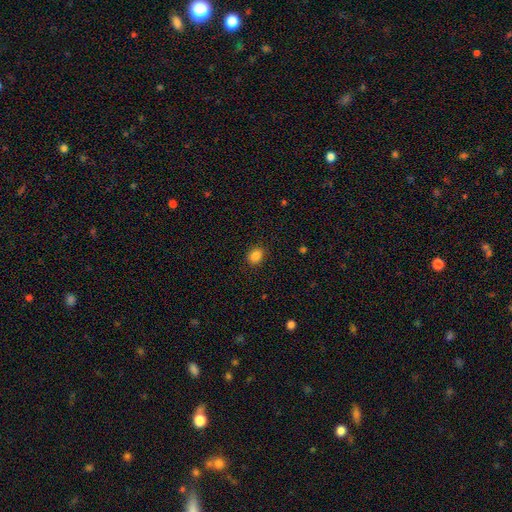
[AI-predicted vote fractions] Smooth or featured?
  - smooth: 86% *
  - star or artifact: 11%
  - featured or disk: 4%
How rounded?
  - round: 55% *
  - in between: 45%
  - cigar-shaped: 1%
Merging?
  - none: 89% *
  - minor disturbance: 8%
  - major disturbance: 2%
  - merger: 1%